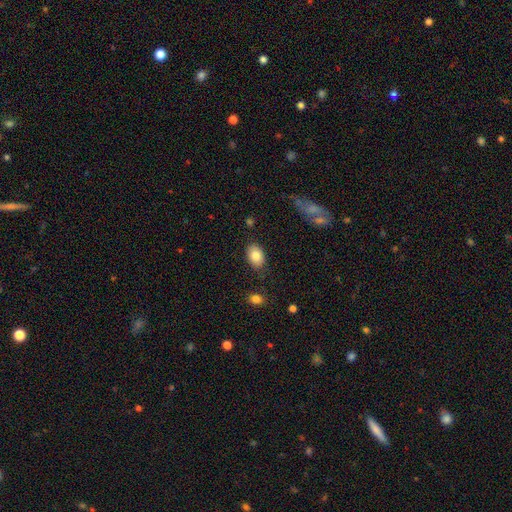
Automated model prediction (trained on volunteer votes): Smooth or featured? Predicted: smooth (p=0.83). How rounded? Predicted: in between (p=0.84). Merging? Predicted: none (p=0.83).